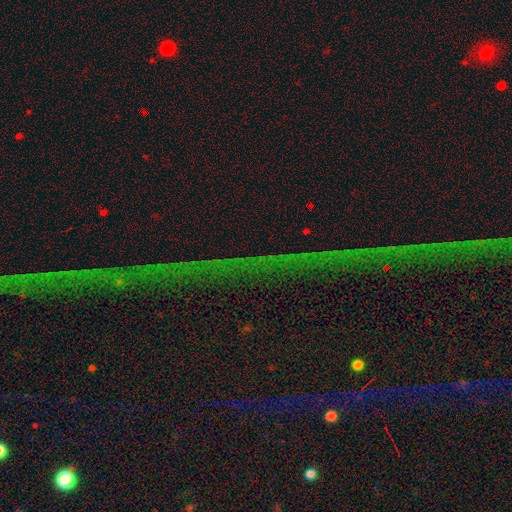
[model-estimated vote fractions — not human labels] Smooth or featured: star or artifact — 81% (featured or disk — 11%)